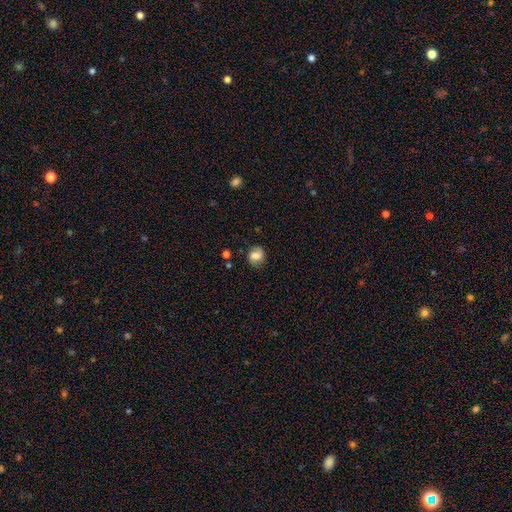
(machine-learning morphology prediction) Overall: smooth (68%). How rounded: round (68%; in between 31%). Merging: none (76%).